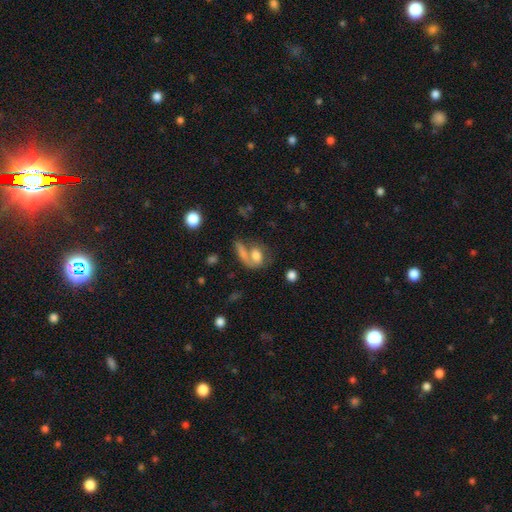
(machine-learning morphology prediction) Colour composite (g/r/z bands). It shows a smooth galaxy with no disk features (62%) that is in between round and cigar-shaped (64%). Merging: merger (43%).